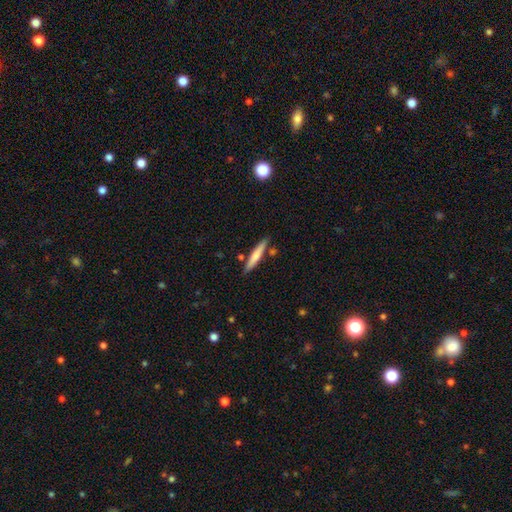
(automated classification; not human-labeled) A smooth galaxy with no disk features (64%) that is cigar-shaped (92%). Merging: none (82%).